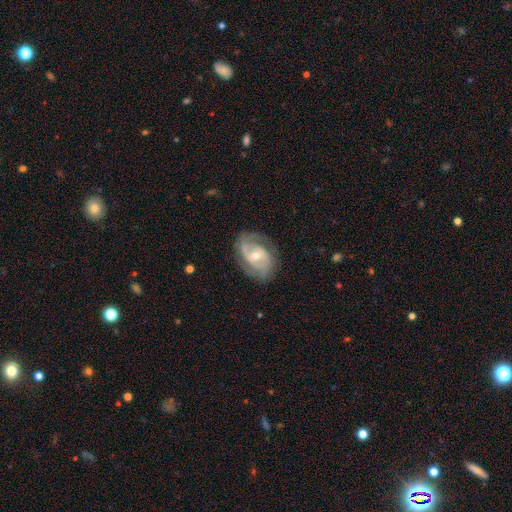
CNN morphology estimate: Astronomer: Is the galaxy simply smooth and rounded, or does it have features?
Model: featured or disk — 84%.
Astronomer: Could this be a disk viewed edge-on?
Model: no — 96%.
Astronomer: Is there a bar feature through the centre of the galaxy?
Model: no — 52% (runner-up: weak, 36%).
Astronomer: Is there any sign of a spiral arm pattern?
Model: yes — 93%.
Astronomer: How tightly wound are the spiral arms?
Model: tight — 44% (runner-up: medium, 43%).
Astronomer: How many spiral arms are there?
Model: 2 — 72%.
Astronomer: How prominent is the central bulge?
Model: moderate — 54% (runner-up: small, 42%).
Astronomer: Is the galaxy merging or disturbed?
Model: none — 75%.